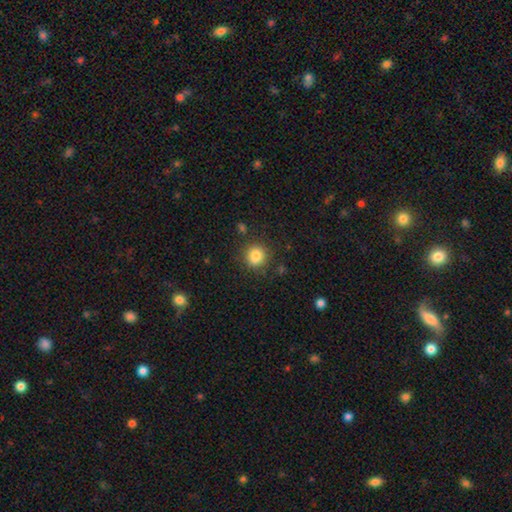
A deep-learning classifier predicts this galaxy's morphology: This is clearly a smooth galaxy (84%). How rounded: clearly round (87%). Merging: clearly none (84%).